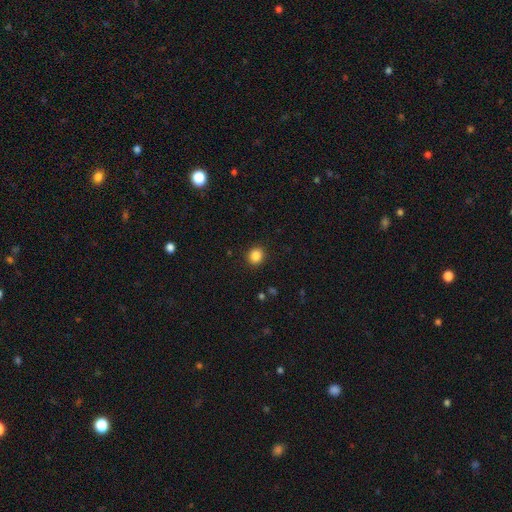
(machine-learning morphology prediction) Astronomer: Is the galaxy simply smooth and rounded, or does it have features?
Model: smooth — 86%.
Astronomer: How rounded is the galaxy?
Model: round — 79%.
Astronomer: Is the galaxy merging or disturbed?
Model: none — 91%.